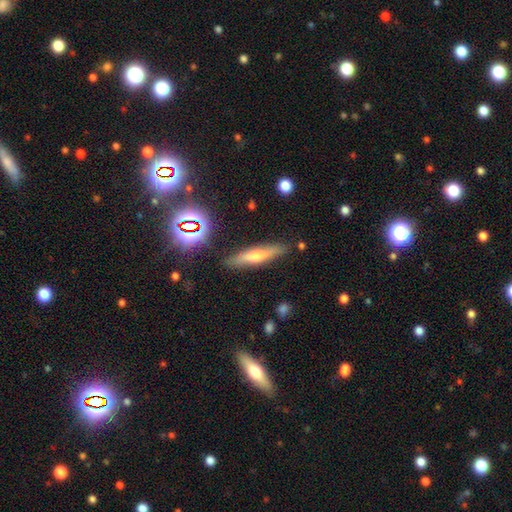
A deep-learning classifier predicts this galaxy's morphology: smooth_or_featured: smooth (p=0.49) [alt: featured or disk p=0.40]
merging: none (p=0.84) [alt: minor disturbance p=0.10]